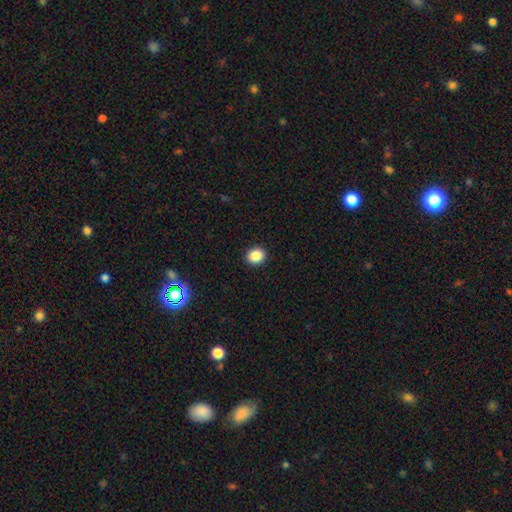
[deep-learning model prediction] The model was most divided on "how rounded": round: 64%, in between: 35%, cigar-shaped: 1%. More confident: merging — none (92%); smooth or featured — smooth (87%).